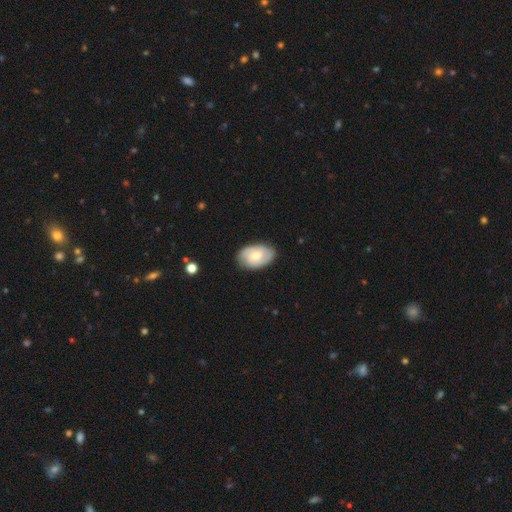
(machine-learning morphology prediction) This is possibly a smooth galaxy (52%). How rounded: clearly in between (90%). Merging: clearly none (83%).